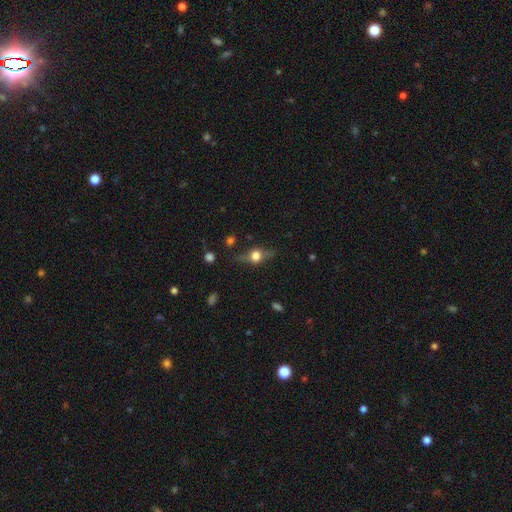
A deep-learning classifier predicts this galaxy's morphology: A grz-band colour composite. It shows a featured or disk galaxy (59%) viewed edge-on (91%) with a rounded central bulge (95%). Merging: none (78%).